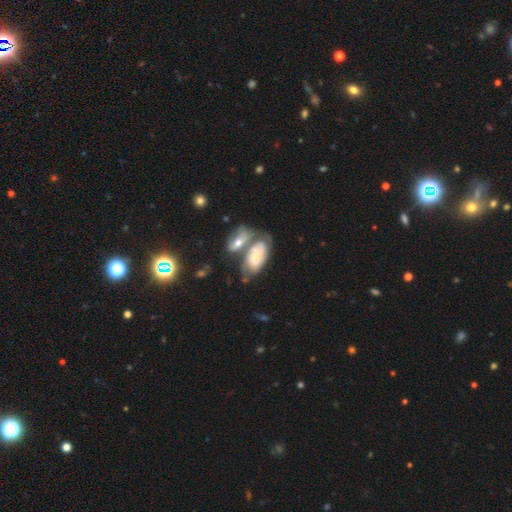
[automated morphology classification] smooth_or_featured: featured or disk (p=0.51) [alt: smooth p=0.42]
disk_edge_on: no (p=0.92) [alt: yes p=0.08]
merging: merger (p=0.50) [alt: none p=0.27]